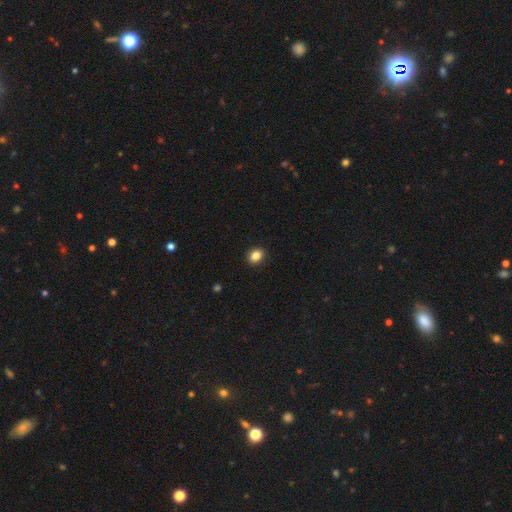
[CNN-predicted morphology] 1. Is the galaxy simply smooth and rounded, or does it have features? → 86% smooth, 10% star or artifact, 4% featured or disk.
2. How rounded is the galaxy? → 54% round, 45% in between, 1% cigar-shaped.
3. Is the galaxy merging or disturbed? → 92% none, 6% minor disturbance, 2% major disturbance, 1% merger.